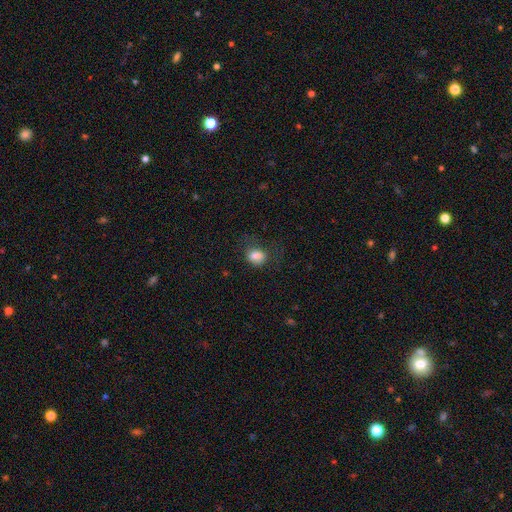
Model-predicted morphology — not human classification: smooth 82%, star or artifact 11%, featured or disk 8%. Down the decision tree: how rounded — in between (57%); merging — none (55%).